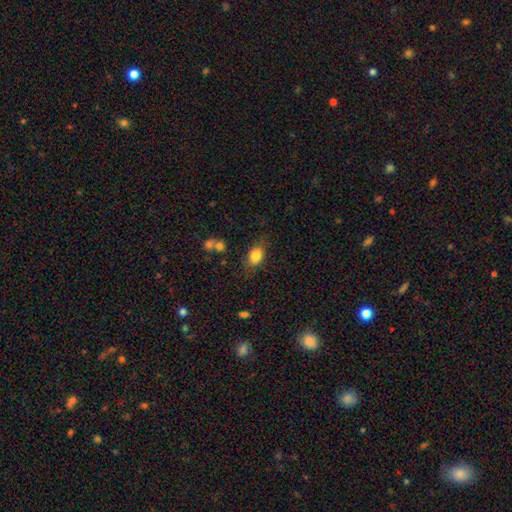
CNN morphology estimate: smooth_or_featured: smooth (p=0.83) [alt: featured or disk p=0.09]
how_rounded: in between (p=0.78) [alt: round p=0.20]
merging: none (p=0.73) [alt: minor disturbance p=0.18]